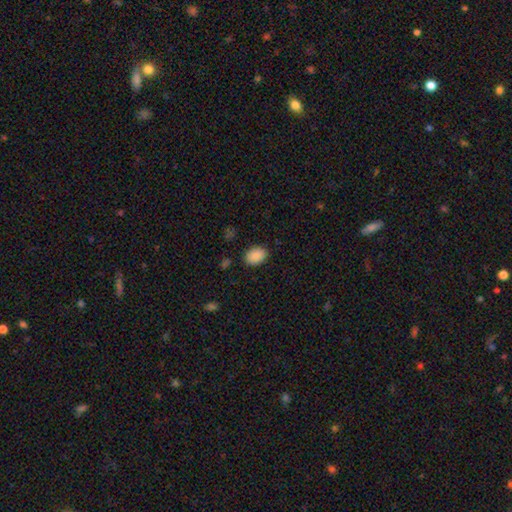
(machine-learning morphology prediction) A smooth galaxy with no disk features (89%) that is in between round and cigar-shaped (77%).

Vote fractions:
- Smooth or featured? smooth: 89% / star or artifact: 8% / featured or disk: 4%
- How rounded? in between: 77% / round: 22% / cigar-shaped: 1%
- Merging? none: 85% / minor disturbance: 10% / major disturbance: 3% / merger: 2%